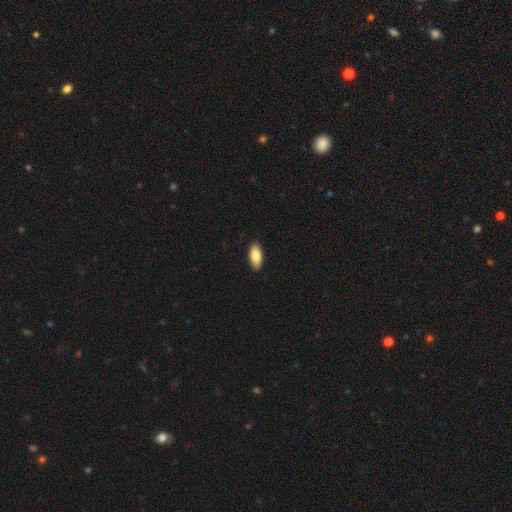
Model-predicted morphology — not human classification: smooth_or_featured: smooth (p=0.84) [alt: featured or disk p=0.10]
how_rounded: in between (p=0.88) [alt: cigar-shaped p=0.10]
merging: none (p=0.90) [alt: minor disturbance p=0.08]